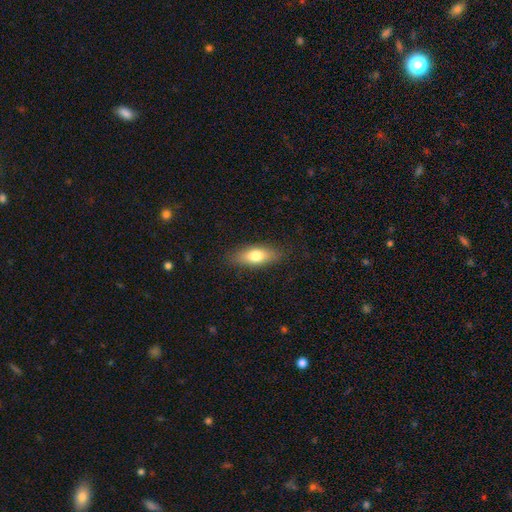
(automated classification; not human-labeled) This appears to be a smooth galaxy with no disk features (73%) that is in between round and cigar-shaped (72%). Merging: none (85%).